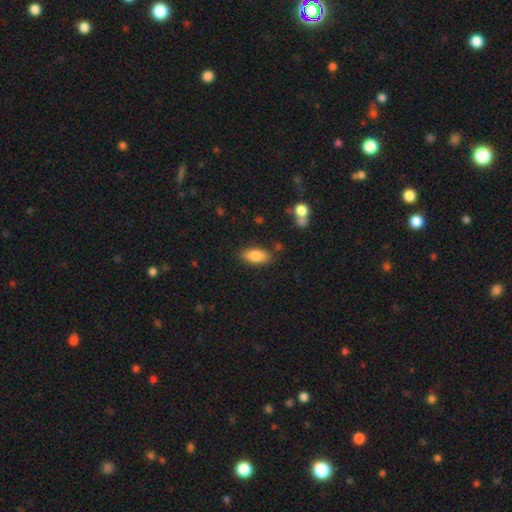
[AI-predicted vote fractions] Smooth or featured: smooth — 84% (featured or disk — 9%)
How rounded: in between — 84% (cigar-shaped — 13%)
Merging: none — 83% (minor disturbance — 12%)